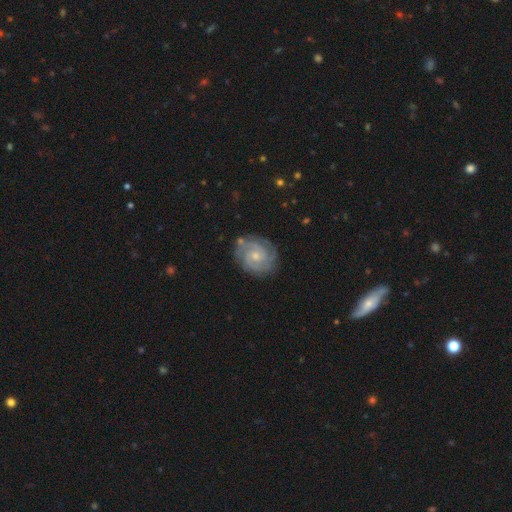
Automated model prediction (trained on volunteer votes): This appears to be a featured or disk galaxy (85%) with no bar (64%), 2 (38%) tight (67%) spiral arms (97%) and a small central bulge (55%). Merging: none (78%).